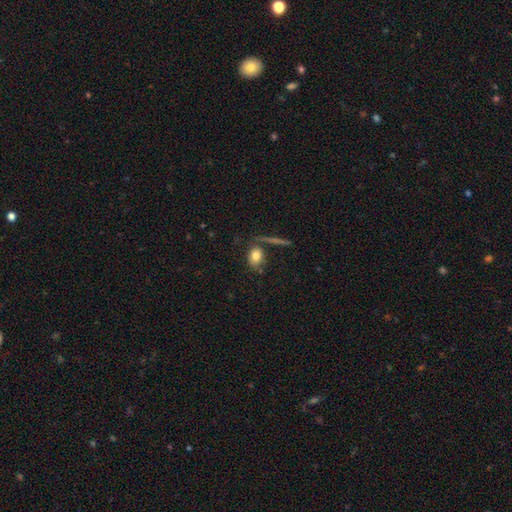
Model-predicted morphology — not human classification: Smooth or featured?
  - smooth: 78% *
  - featured or disk: 13%
  - star or artifact: 9%
How rounded?
  - in between: 59% *
  - round: 37%
  - cigar-shaped: 4%
Merging?
  - none: 62% *
  - minor disturbance: 18%
  - merger: 11%
  - major disturbance: 8%